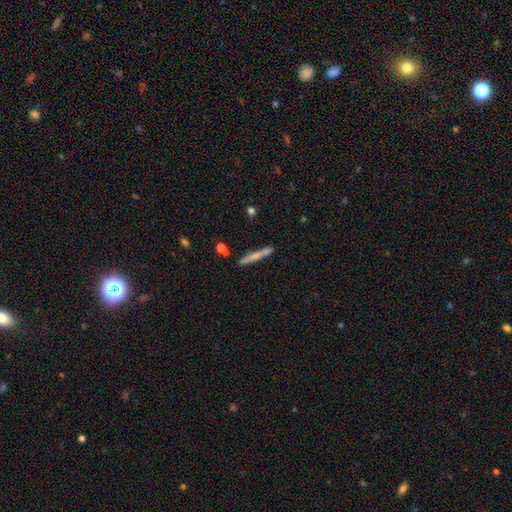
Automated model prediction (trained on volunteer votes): smooth-or-featured: smooth: 57% | featured or disk: 36% | star or artifact: 7%
  how-rounded: cigar-shaped: 95% | in between: 4% | round: 2%
  merging: none: 78% | minor disturbance: 12% | merger: 8% | major disturbance: 3%